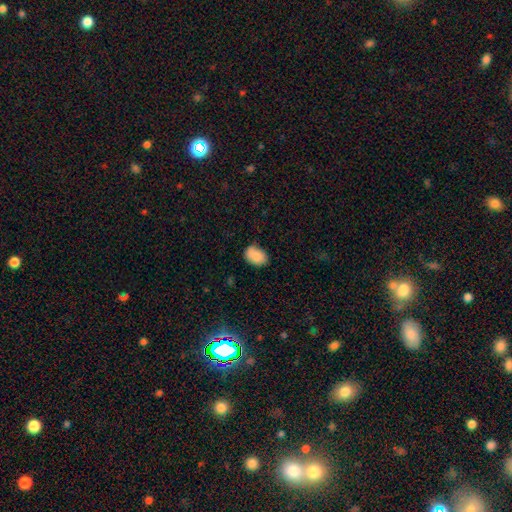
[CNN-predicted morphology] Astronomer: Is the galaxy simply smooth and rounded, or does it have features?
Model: smooth — 84%.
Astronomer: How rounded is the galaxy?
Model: in between — 80%.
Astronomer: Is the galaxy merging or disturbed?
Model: none — 67%.